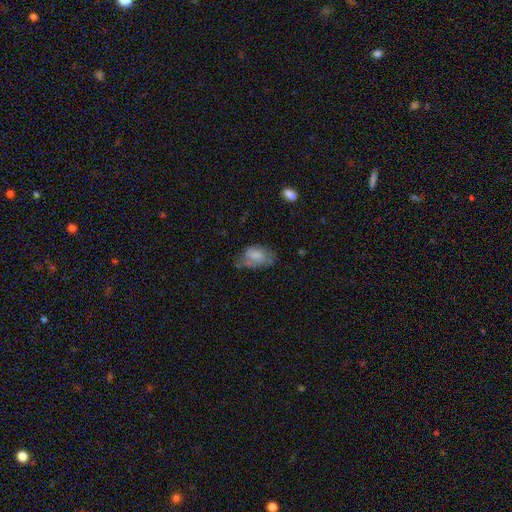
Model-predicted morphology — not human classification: smooth-or-featured: smooth: 67% | featured or disk: 24% | star or artifact: 9%
  how-rounded: in between: 89% | round: 9% | cigar-shaped: 2%
  merging: none: 40% | minor disturbance: 35% | major disturbance: 21% | merger: 4%